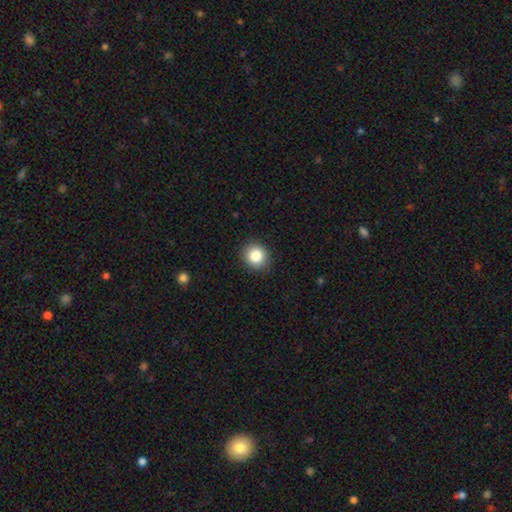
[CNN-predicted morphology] Overall: smooth (84%). How rounded: round (84%). Merging: none (90%).